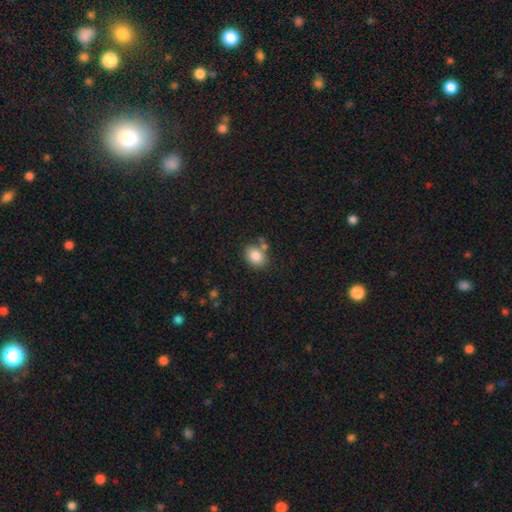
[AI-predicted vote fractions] smooth-or-featured: smooth: 85% | star or artifact: 9% | featured or disk: 7%
  how-rounded: in between: 63% | round: 36% | cigar-shaped: 1%
  merging: none: 66% | minor disturbance: 15% | merger: 15% | major disturbance: 5%